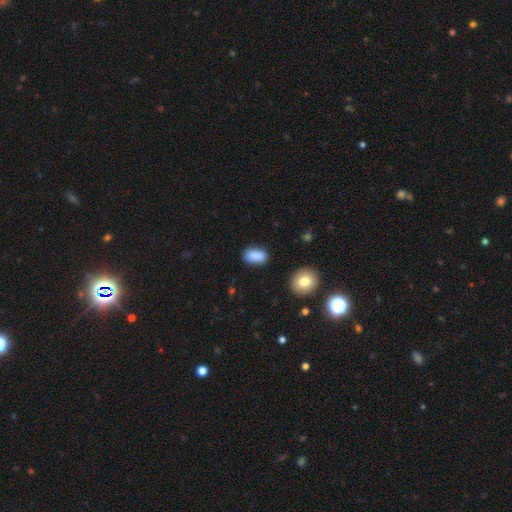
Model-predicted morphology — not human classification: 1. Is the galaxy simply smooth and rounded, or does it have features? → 88% smooth, 8% star or artifact, 4% featured or disk.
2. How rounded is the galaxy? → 90% in between, 8% round, 2% cigar-shaped.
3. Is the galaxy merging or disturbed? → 82% none, 13% minor disturbance, 3% major disturbance, 2% merger.